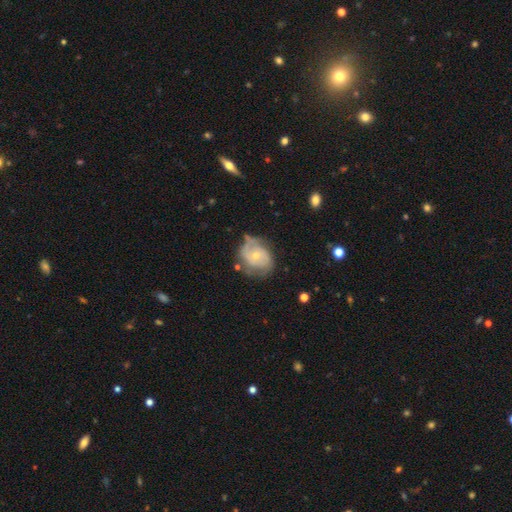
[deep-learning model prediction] A featured or disk galaxy (69%) with no bar (74%), 2 (56%) tight (41%) spiral arms (81%) and a small central bulge (62%).

Vote fractions:
- Smooth or featured? featured or disk: 69% / smooth: 25% / star or artifact: 6%
- Edge-on disk? no: 97% / yes: 3%
- Bar? no: 74% / weak: 22% / strong: 4%
- Spiral arms? yes: 81% / no: 19%
- Spiral winding? tight: 41% / medium: 39% / loose: 20%
- Spiral arm count? 2: 56% / can't tell: 25% / 1: 8% / 3: 7% / 4: 2% / more than 4: 2%
- Bulge size? small: 62% / moderate: 35% / none: 1% / large: 1% / dominant: 1%
- Merging? none: 53% / minor disturbance: 28% / major disturbance: 15% / merger: 4%